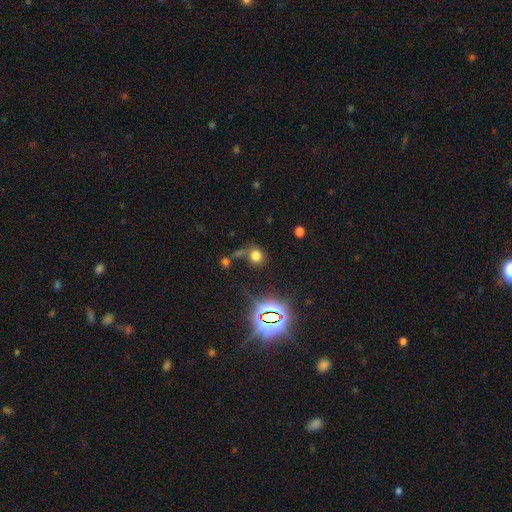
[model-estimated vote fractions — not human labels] smooth-or-featured: smooth: 66% | star or artifact: 25% | featured or disk: 9%
  how-rounded: round: 77% | in between: 22% | cigar-shaped: 2%
  merging: none: 58% | merger: 17% | minor disturbance: 14% | major disturbance: 11%